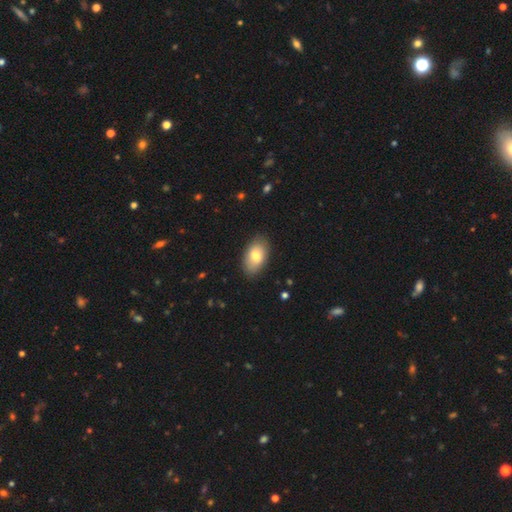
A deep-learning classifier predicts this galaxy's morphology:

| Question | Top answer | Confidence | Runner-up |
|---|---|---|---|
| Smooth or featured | smooth | 77% | featured or disk (17%) |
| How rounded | in between | 92% | round (6%) |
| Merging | none | 86% | minor disturbance (11%) |